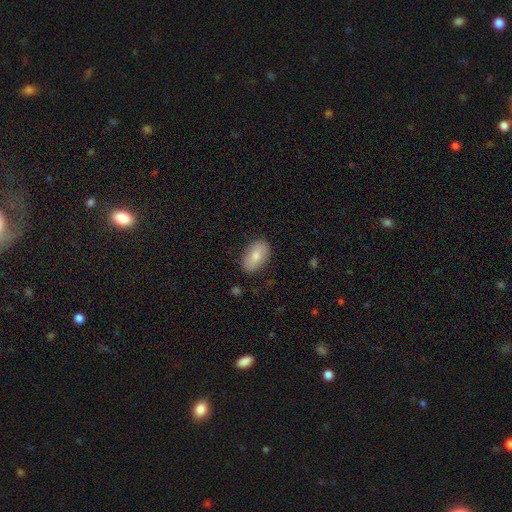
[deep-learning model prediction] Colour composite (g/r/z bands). It shows a smooth galaxy with no disk features (79%) that is in between round and cigar-shaped (92%). Merging: none (86%).